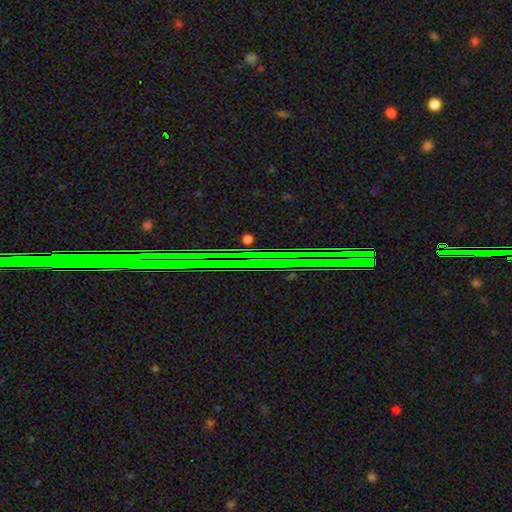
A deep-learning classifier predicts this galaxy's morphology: A star or artifact, not a galaxy (84%).